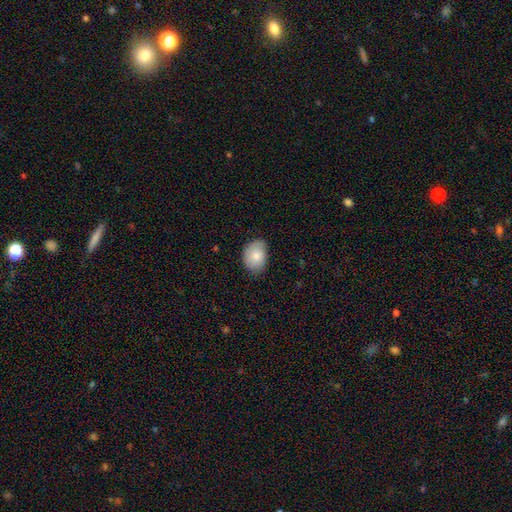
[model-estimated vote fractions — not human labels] Smooth or featured: smooth — 76% (featured or disk — 17%)
How rounded: in between — 66% (round — 34%)
Merging: none — 69% (minor disturbance — 26%)